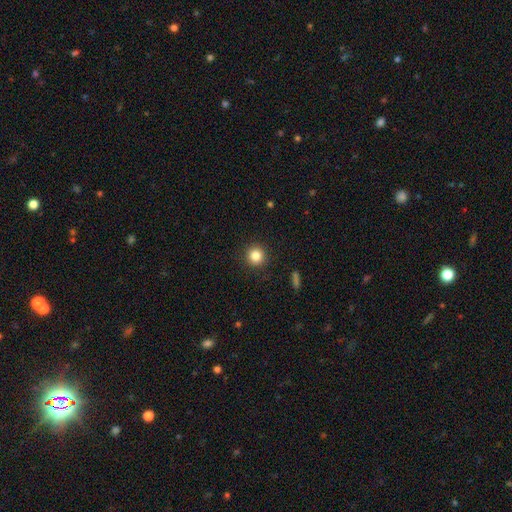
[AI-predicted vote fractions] Smooth or featured? smooth (84%)
How rounded? round (94%)
Merging? none (91%)